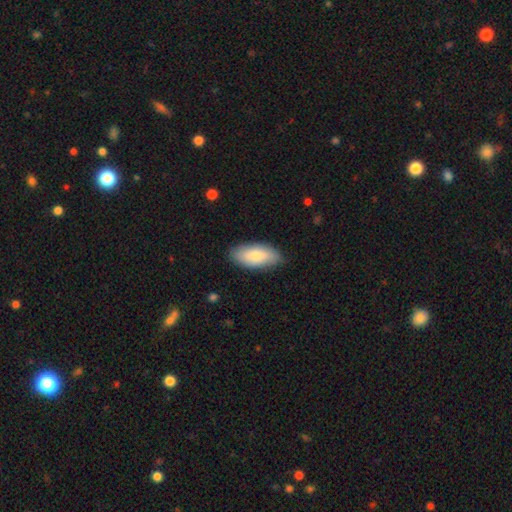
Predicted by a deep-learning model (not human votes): smooth_or_featured: smooth (p=0.81) [alt: featured or disk p=0.14]
how_rounded: in between (p=0.89) [alt: cigar-shaped p=0.09]
merging: none (p=0.83) [alt: minor disturbance p=0.13]